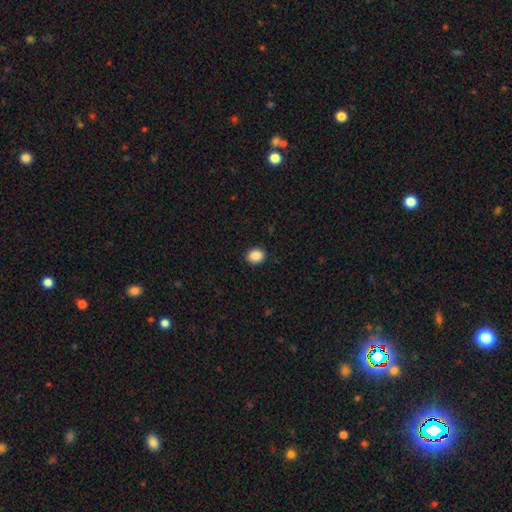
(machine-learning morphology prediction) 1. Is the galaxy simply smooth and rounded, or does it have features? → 89% smooth, 8% star or artifact, 3% featured or disk.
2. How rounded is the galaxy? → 59% round, 40% in between, 1% cigar-shaped.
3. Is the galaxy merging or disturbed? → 90% none, 7% minor disturbance, 2% major disturbance, 1% merger.